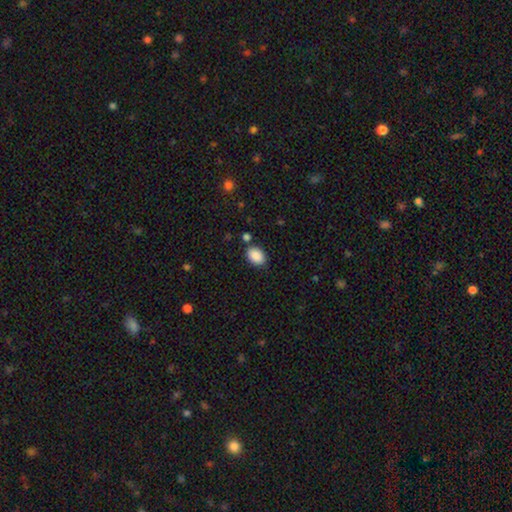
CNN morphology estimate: A smooth galaxy with no disk features (89%) that is in between round and cigar-shaped (82%).

Vote fractions:
- Smooth or featured? smooth: 89% / star or artifact: 8% / featured or disk: 3%
- How rounded? in between: 82% / round: 17% / cigar-shaped: 1%
- Merging? none: 80% / minor disturbance: 13% / merger: 5% / major disturbance: 3%